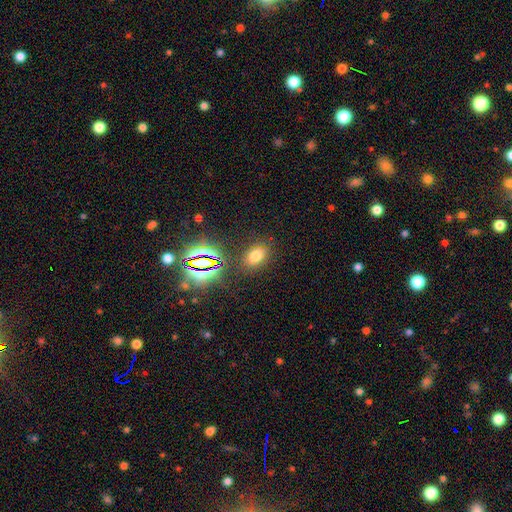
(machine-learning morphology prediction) Smooth or featured? smooth (66%)
How rounded? in between (77%)
Merging? none (83%)